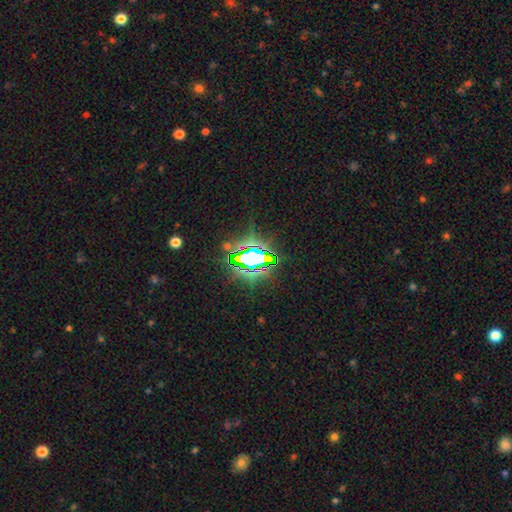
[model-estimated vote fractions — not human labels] Overall: star or artifact (75%).